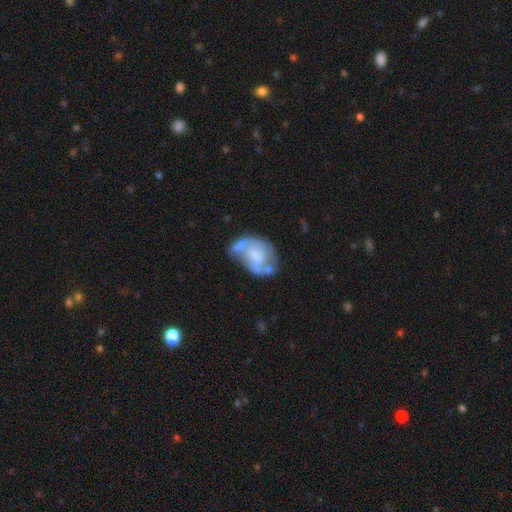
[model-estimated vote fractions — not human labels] Smooth or featured: featured or disk — 58% (smooth — 34%)
Edge-on disk: no — 97% (yes — 3%)
Bar: no — 68% (weak — 25%)
Spiral arms: no — 64% (yes — 36%)
Bulge size: moderate — 39% (small — 27%)
Merging: merger — 33% (none — 27%)